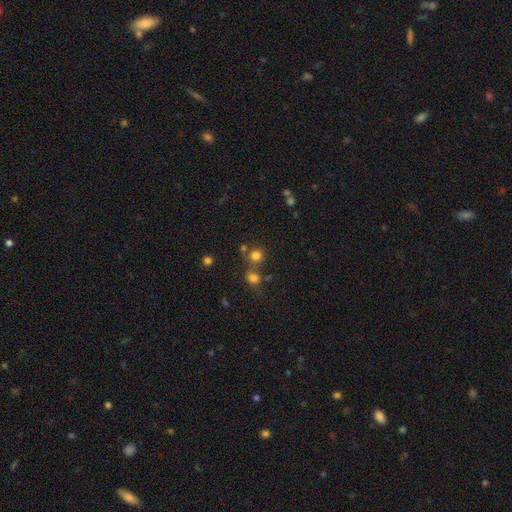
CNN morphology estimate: smooth-or-featured: smooth: 76% | star or artifact: 17% | featured or disk: 7%
  how-rounded: round: 88% | in between: 11% | cigar-shaped: 1%
  merging: none: 65% | merger: 23% | minor disturbance: 8% | major disturbance: 4%